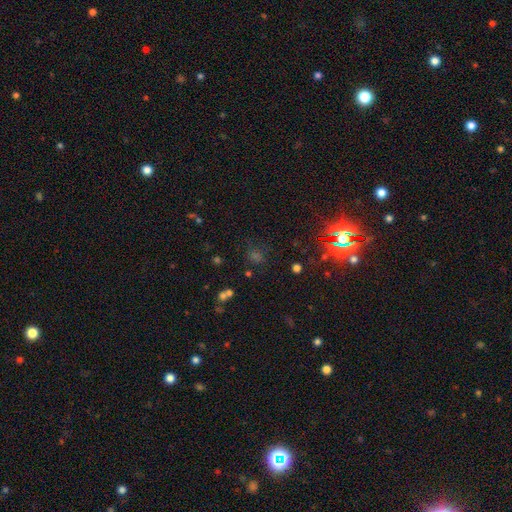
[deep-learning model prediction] Smooth or featured: star or artifact — 63% (smooth — 28%)